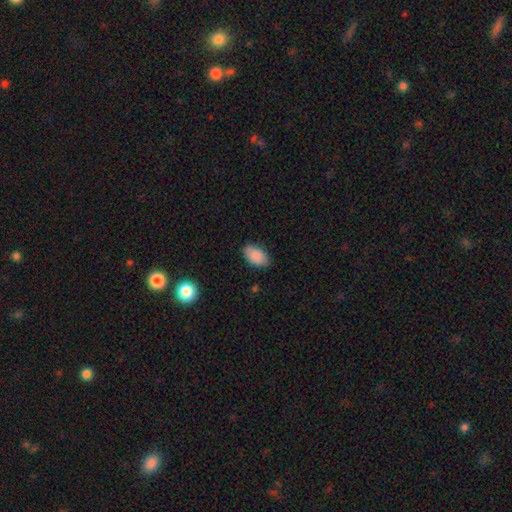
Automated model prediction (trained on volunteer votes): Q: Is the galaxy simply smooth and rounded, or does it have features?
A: smooth — 88%.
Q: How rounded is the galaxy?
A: in between — 93%.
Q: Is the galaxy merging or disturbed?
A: none — 81%.